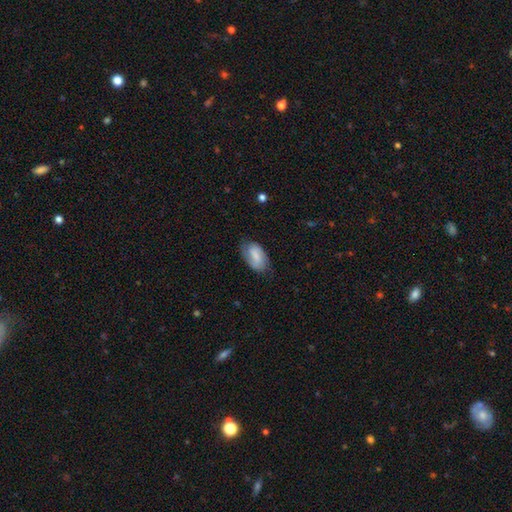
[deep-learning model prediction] A smooth galaxy with no disk features (50%) that is in between round and cigar-shaped (92%). Merging: none (69%).